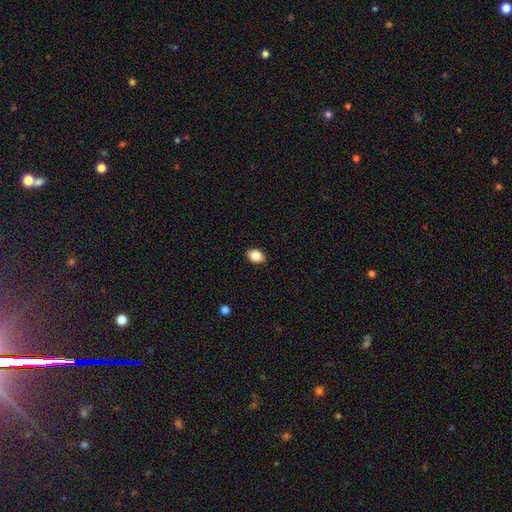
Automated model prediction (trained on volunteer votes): Q: Smooth or featured?
A: smooth (87%); runner-up: star or artifact (8%)
Q: How rounded?
A: in between (80%); runner-up: round (18%)
Q: Merging?
A: none (89%); runner-up: minor disturbance (8%)